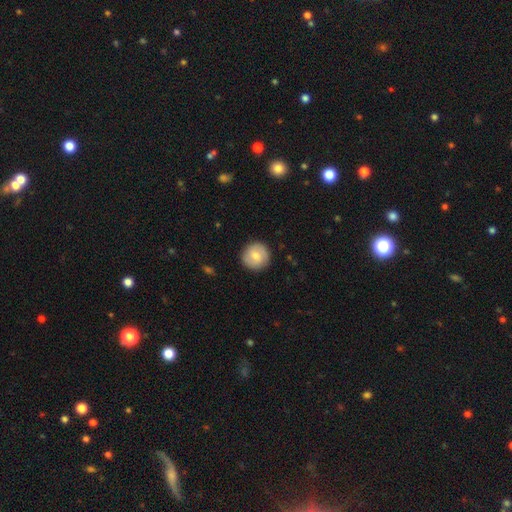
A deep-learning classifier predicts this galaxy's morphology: Overall: smooth (68%). How rounded: round (94%). Merging: none (90%).